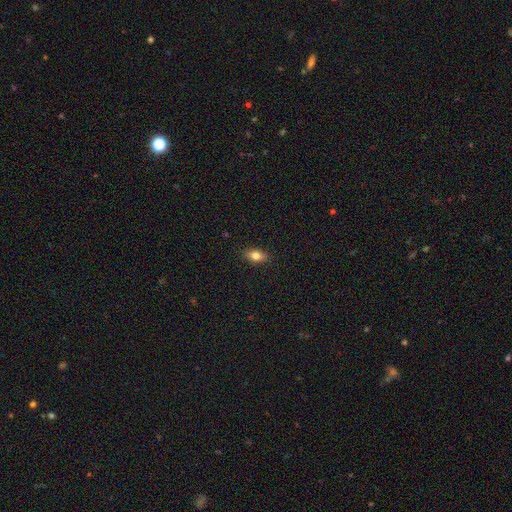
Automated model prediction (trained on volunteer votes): This is likely a smooth galaxy (77%). How rounded: clearly in between (84%). Merging: clearly none (89%).